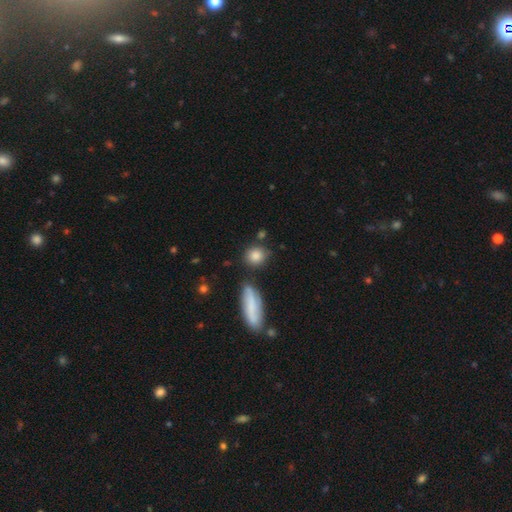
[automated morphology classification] A smooth galaxy with no disk features (83%) that is round (72%). Merging: none (73%).